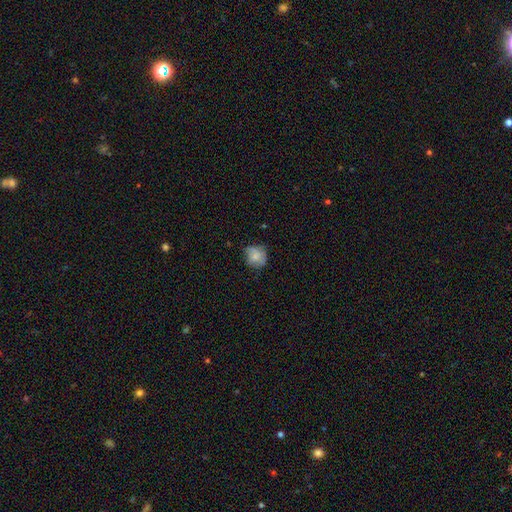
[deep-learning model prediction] Q: Smooth or featured?
A: smooth (70%); runner-up: featured or disk (20%)
Q: How rounded?
A: round (72%); runner-up: in between (27%)
Q: Merging?
A: none (59%); runner-up: minor disturbance (29%)